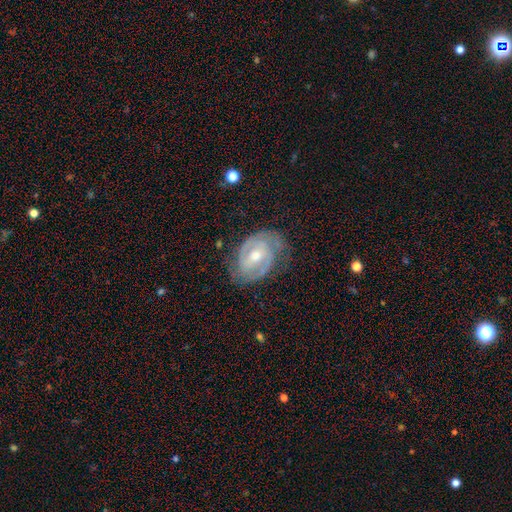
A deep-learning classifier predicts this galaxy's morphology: Overall: featured or disk (84%). Edge-on disk: no (97%). Bar: weak (48%; no 36%). Spiral arms: yes (91%). Spiral arm count: 2 (65%). Spiral winding: tight (60%; medium 32%). Bulge size: moderate (67%). Merging: none (67%).